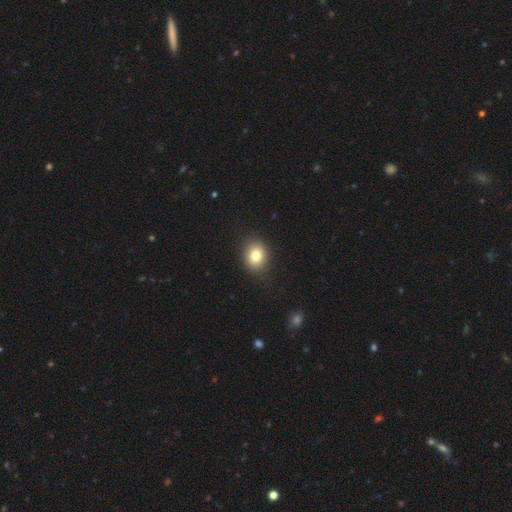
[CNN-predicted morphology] A smooth galaxy with no disk features (80%) that is round (60%).

Vote fractions:
- Smooth or featured? smooth: 80% / star or artifact: 11% / featured or disk: 9%
- How rounded? round: 60% / in between: 39% / cigar-shaped: 1%
- Merging? none: 88% / minor disturbance: 9% / major disturbance: 3% / merger: 1%